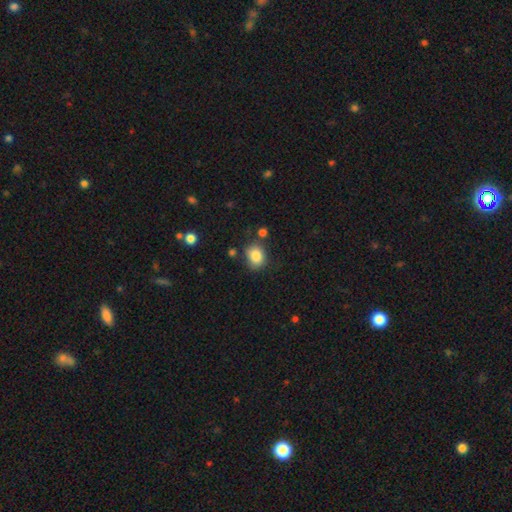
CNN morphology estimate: smooth-or-featured: smooth: 85% | star or artifact: 9% | featured or disk: 6%
  how-rounded: round: 55% | in between: 44% | cigar-shaped: 1%
  merging: none: 73% | minor disturbance: 16% | merger: 6% | major disturbance: 4%